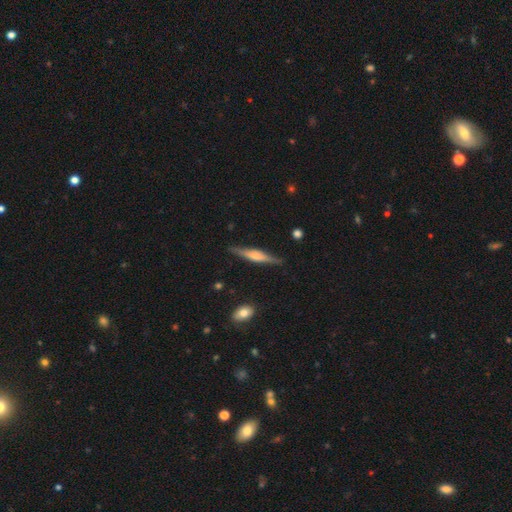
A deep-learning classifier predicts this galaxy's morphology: Smooth or featured?
  - featured or disk: 65% *
  - smooth: 29%
  - star or artifact: 6%
Edge-on disk?
  - yes: 96% *
  - no: 4%
Edge-on bulge?
  - rounded: 67% *
  - boxy: 24%
  - none: 9%
Merging?
  - none: 86% *
  - minor disturbance: 10%
  - major disturbance: 2%
  - merger: 1%